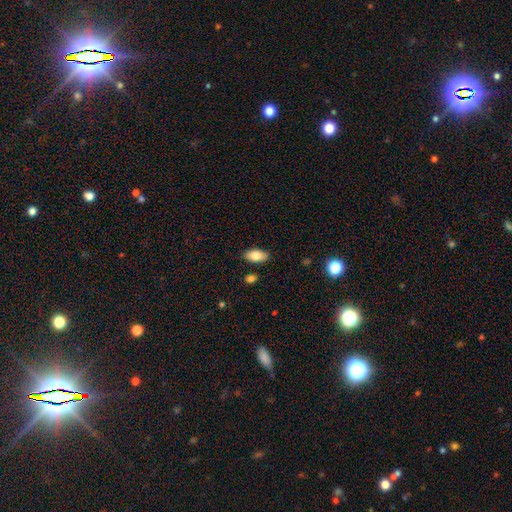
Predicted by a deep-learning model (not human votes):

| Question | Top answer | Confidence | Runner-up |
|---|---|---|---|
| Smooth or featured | smooth | 82% | featured or disk (11%) |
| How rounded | in between | 92% | cigar-shaped (5%) |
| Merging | none | 86% | minor disturbance (10%) |